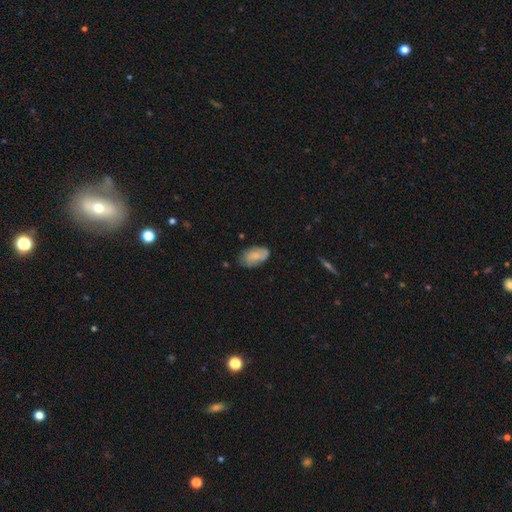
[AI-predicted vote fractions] Smooth or featured?
  - smooth: 68% *
  - featured or disk: 25%
  - star or artifact: 7%
How rounded?
  - in between: 93% *
  - round: 5%
  - cigar-shaped: 2%
Merging?
  - none: 67% *
  - minor disturbance: 26%
  - major disturbance: 5%
  - merger: 2%